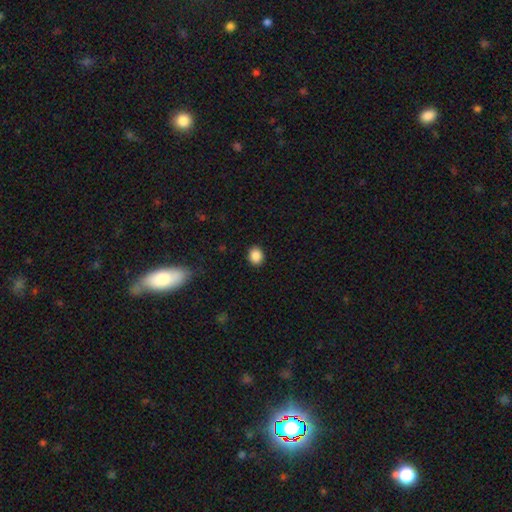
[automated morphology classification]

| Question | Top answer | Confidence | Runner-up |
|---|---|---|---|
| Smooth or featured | smooth | 88% | star or artifact (9%) |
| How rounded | round | 70% | in between (29%) |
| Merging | none | 91% | minor disturbance (6%) |